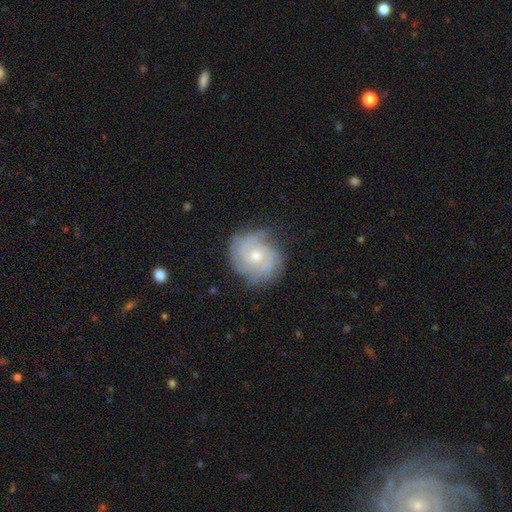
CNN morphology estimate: Q: Smooth or featured?
A: featured or disk (81%); runner-up: smooth (13%)
Q: Edge-on disk?
A: no (98%); runner-up: yes (2%)
Q: Bar?
A: no (74%); runner-up: weak (22%)
Q: Spiral arms?
A: yes (95%); runner-up: no (5%)
Q: Spiral winding?
A: tight (63%); runner-up: medium (30%)
Q: Spiral arm count?
A: 3 (30%); runner-up: can't tell (28%)
Q: Bulge size?
A: moderate (57%); runner-up: small (39%)
Q: Merging?
A: none (74%); runner-up: minor disturbance (19%)